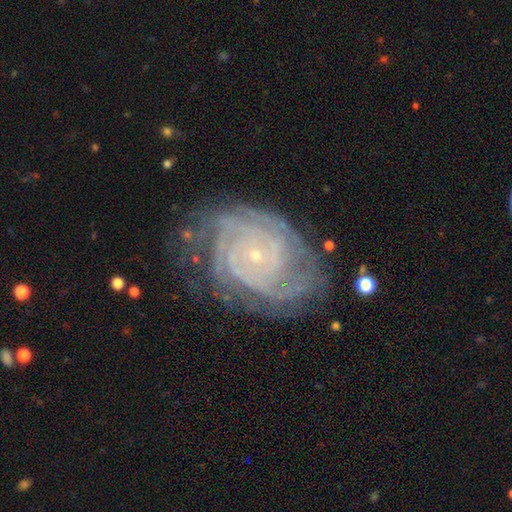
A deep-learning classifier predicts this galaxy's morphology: A featured or disk galaxy (88%) with no bar (78%), tight (80%) spiral arms (97%) and a small central bulge (89%).

Vote fractions:
- Smooth or featured? featured or disk: 88% / star or artifact: 7% / smooth: 6%
- Edge-on disk? no: 97% / yes: 3%
- Bar? no: 78% / weak: 16% / strong: 6%
- Spiral arms? yes: 97% / no: 3%
- Spiral winding? tight: 80% / medium: 17% / loose: 3%
- Spiral arm count? can't tell: 25% / 4: 22% / 3: 16% / more than 4: 15% / 2: 14% / 1: 7%
- Bulge size? small: 89% / moderate: 7% / none: 2% / large: 1% / dominant: 1%
- Merging? none: 69% / minor disturbance: 20% / major disturbance: 9% / merger: 2%